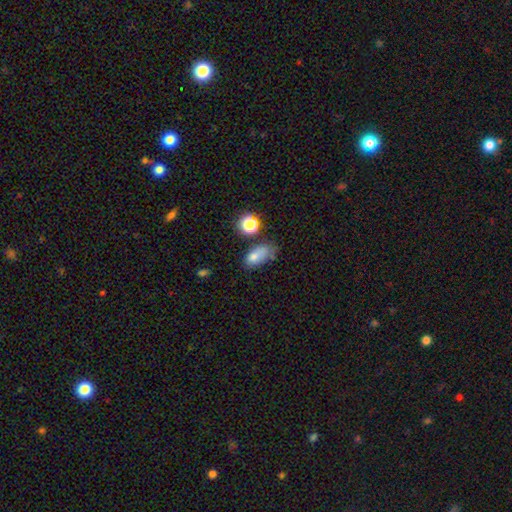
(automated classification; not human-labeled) Smooth or featured?
  - smooth: 76% *
  - star or artifact: 13%
  - featured or disk: 11%
How rounded?
  - in between: 83% *
  - round: 11%
  - cigar-shaped: 5%
Merging?
  - none: 47% *
  - minor disturbance: 29%
  - major disturbance: 13%
  - merger: 12%